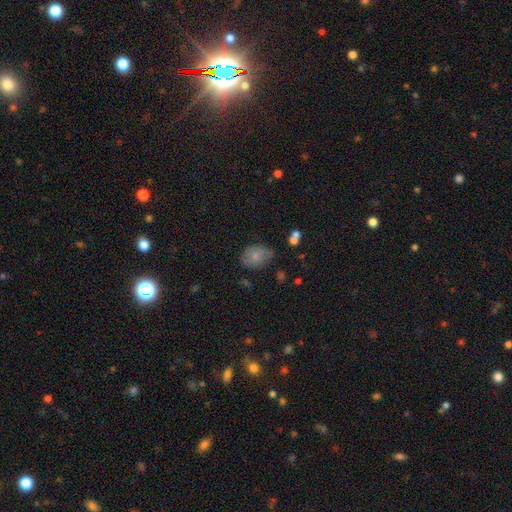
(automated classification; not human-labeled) This is likely a smooth galaxy (76%). How rounded: likely in between (79%). Merging: likely none (66%).